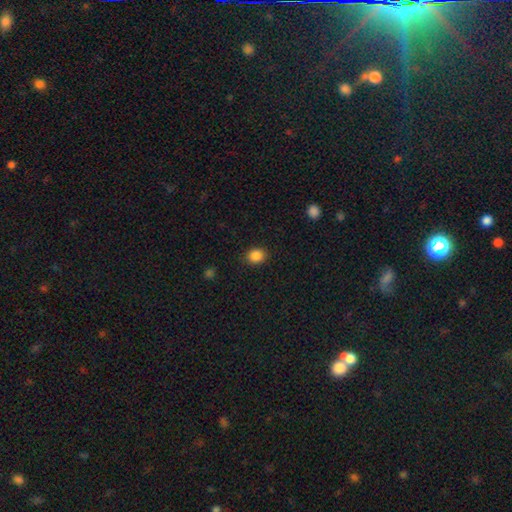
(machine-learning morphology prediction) smooth-or-featured: smooth: 87% | star or artifact: 10% | featured or disk: 3%
  how-rounded: round: 61% | in between: 38% | cigar-shaped: 1%
  merging: none: 88% | minor disturbance: 8% | major disturbance: 2% | merger: 1%